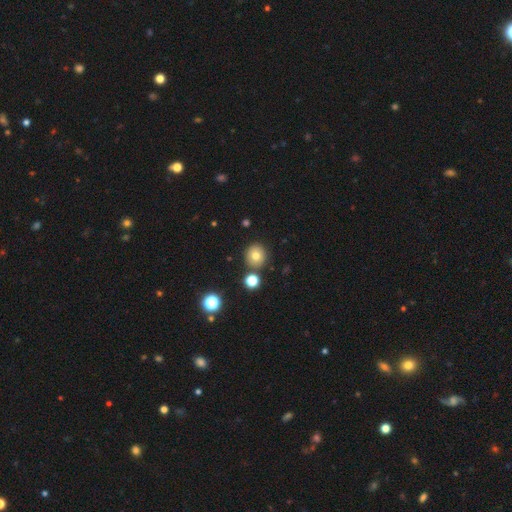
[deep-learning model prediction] Overall: smooth (75%). How rounded: round (89%). Merging: none (84%).